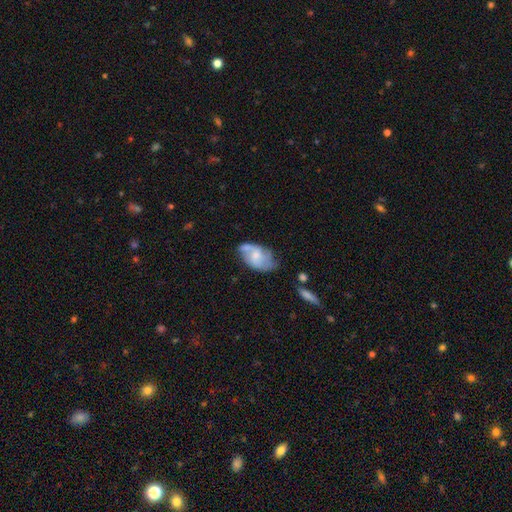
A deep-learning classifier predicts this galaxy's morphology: This is possibly a featured or disk galaxy (53%). It is clearly not viewed edge-on (96%). Bar: possibly no (59%). Spiral arm pattern: likely yes (73%). Central bulge: marginally small (45%). Merging: marginally none (41%).